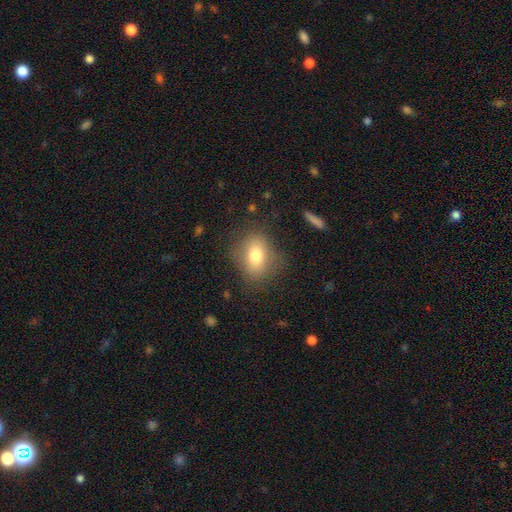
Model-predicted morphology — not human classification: smooth-or-featured: smooth: 75% | featured or disk: 15% | star or artifact: 10%
  how-rounded: in between: 64% | round: 34% | cigar-shaped: 2%
  merging: none: 75% | minor disturbance: 16% | major disturbance: 7% | merger: 2%